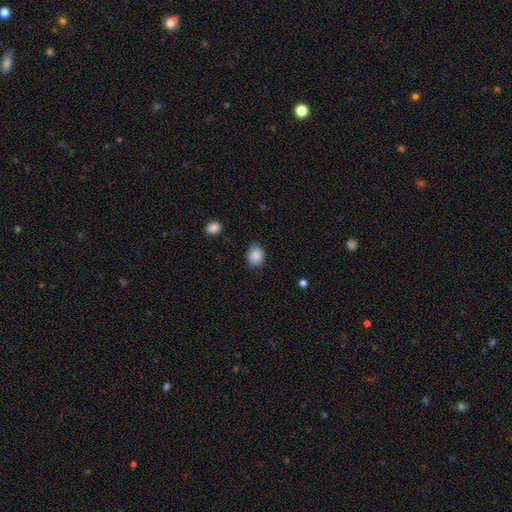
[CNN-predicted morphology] type=smooth (87%); roundness=round (61%); merging=none (85%).